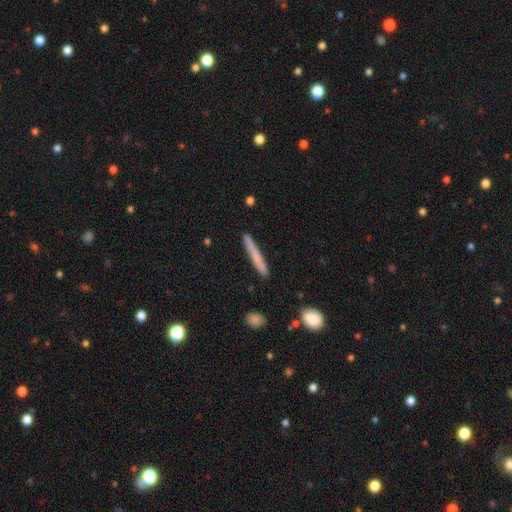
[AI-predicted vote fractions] Q: Smooth or featured?
A: smooth (66%); runner-up: featured or disk (28%)
Q: How rounded?
A: cigar-shaped (96%); runner-up: in between (2%)
Q: Merging?
A: none (88%); runner-up: minor disturbance (8%)